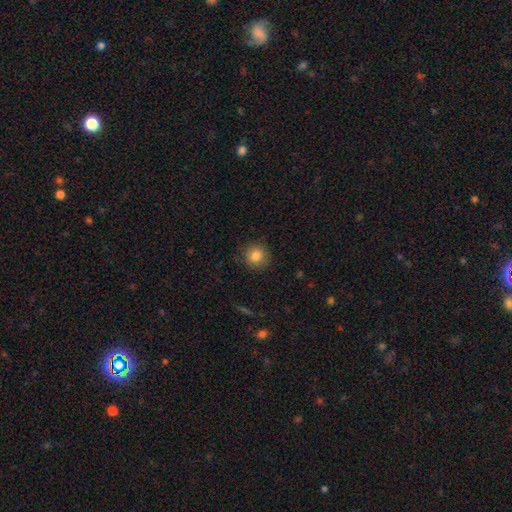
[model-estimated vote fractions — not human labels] A smooth galaxy with no disk features (84%) that is round (90%). Merging: none (86%).